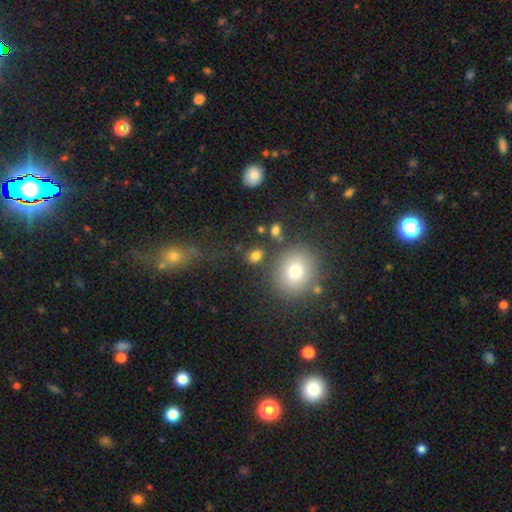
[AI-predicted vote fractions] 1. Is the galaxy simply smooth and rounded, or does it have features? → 77% smooth, 16% star or artifact, 8% featured or disk.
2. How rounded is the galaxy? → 50% in between, 48% round, 2% cigar-shaped.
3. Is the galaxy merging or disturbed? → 75% none, 11% minor disturbance, 8% merger, 5% major disturbance.